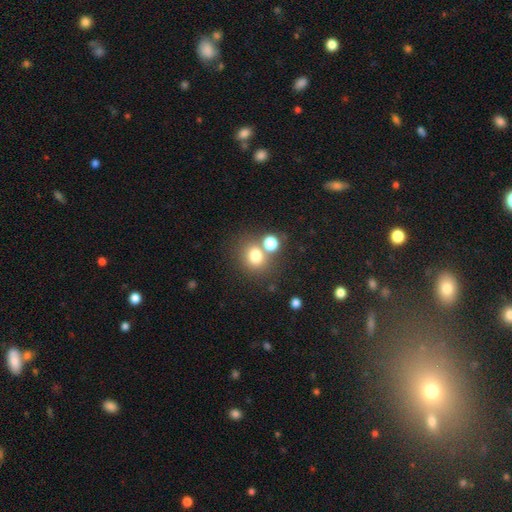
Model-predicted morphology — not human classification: smooth 76%, star or artifact 15%, featured or disk 10%. Down the decision tree: how rounded — round (74%); merging — none (59%).